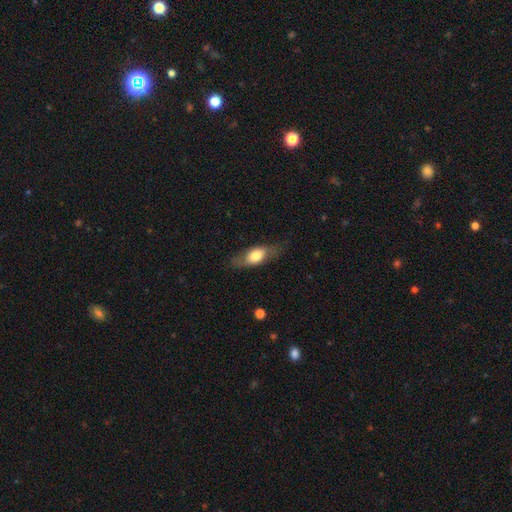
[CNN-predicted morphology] Smooth or featured: smooth — 62% (featured or disk — 32%)
How rounded: in between — 73% (cigar-shaped — 21%)
Merging: none — 74% (minor disturbance — 18%)